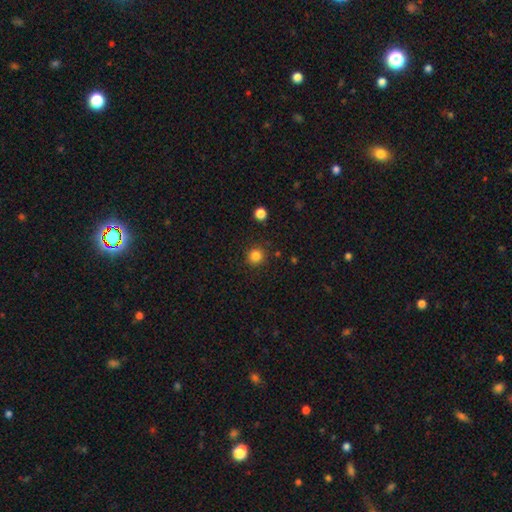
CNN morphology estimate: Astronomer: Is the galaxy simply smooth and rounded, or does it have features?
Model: smooth — 83%.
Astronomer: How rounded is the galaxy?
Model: round — 93%.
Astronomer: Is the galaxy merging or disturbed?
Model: none — 90%.